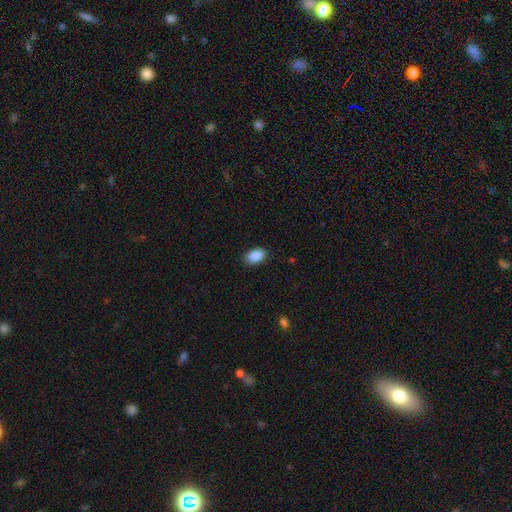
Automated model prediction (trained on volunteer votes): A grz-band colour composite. It shows a smooth galaxy with no disk features (90%) that is in between round and cigar-shaped (93%). Merging: none (88%).